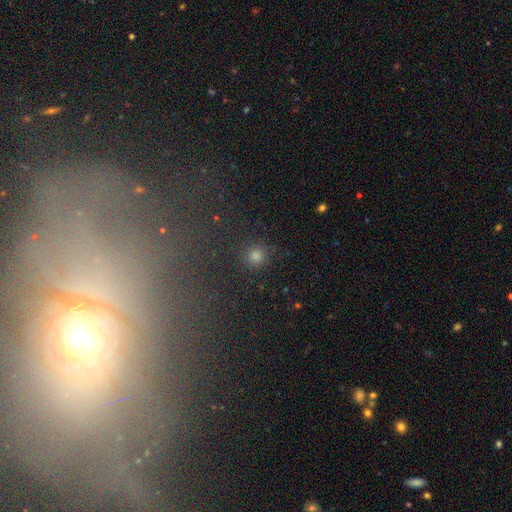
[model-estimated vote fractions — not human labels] Smooth or featured?
  - smooth: 77% *
  - star or artifact: 16%
  - featured or disk: 6%
How rounded?
  - round: 90% *
  - in between: 8%
  - cigar-shaped: 2%
Merging?
  - none: 83% *
  - minor disturbance: 9%
  - major disturbance: 5%
  - merger: 3%